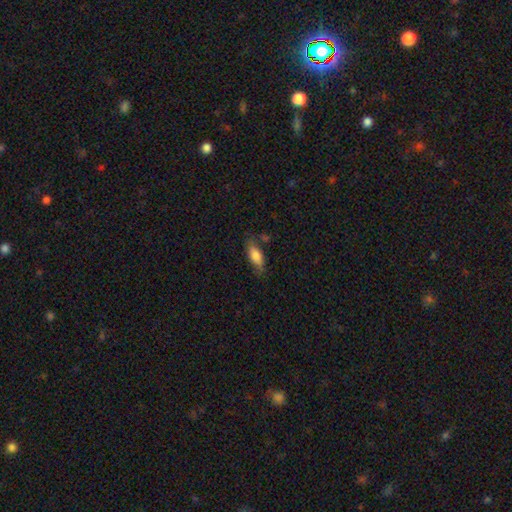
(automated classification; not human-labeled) A smooth galaxy with no disk features (78%) that is in between round and cigar-shaped (77%).

Vote fractions:
- Smooth or featured? smooth: 78% / featured or disk: 16% / star or artifact: 7%
- How rounded? in between: 77% / cigar-shaped: 21% / round: 2%
- Merging? none: 67% / minor disturbance: 23% / major disturbance: 6% / merger: 5%